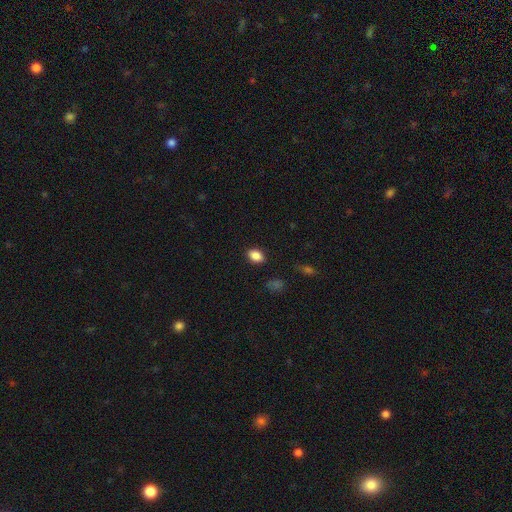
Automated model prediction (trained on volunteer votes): Q: Smooth or featured?
A: smooth (87%); runner-up: star or artifact (9%)
Q: How rounded?
A: in between (78%); runner-up: round (21%)
Q: Merging?
A: none (87%); runner-up: minor disturbance (9%)